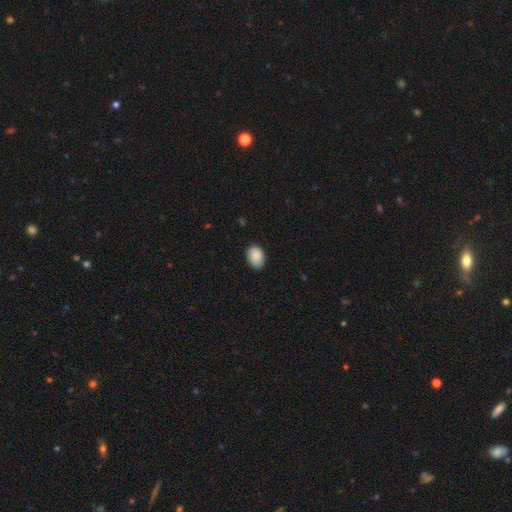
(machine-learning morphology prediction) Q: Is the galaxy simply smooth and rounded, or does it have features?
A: smooth — 88%.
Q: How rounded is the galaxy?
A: in between — 77%.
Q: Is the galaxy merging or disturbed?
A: none — 81%.